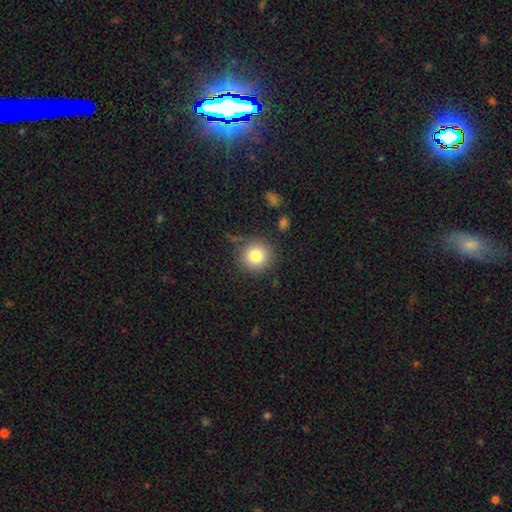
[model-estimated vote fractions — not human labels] smooth 81%, star or artifact 11%, featured or disk 8%. Down the decision tree: how rounded — round (93%); merging — none (85%).